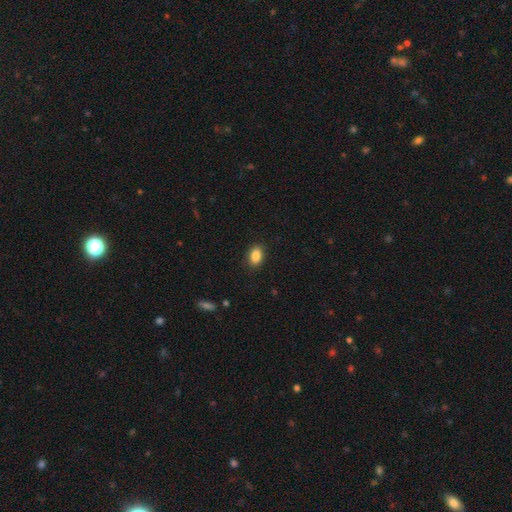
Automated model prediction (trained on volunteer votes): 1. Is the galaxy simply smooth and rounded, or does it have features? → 87% smooth, 8% star or artifact, 4% featured or disk.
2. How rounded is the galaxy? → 82% in between, 16% round, 1% cigar-shaped.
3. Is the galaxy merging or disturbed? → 88% none, 9% minor disturbance, 2% major disturbance, 1% merger.